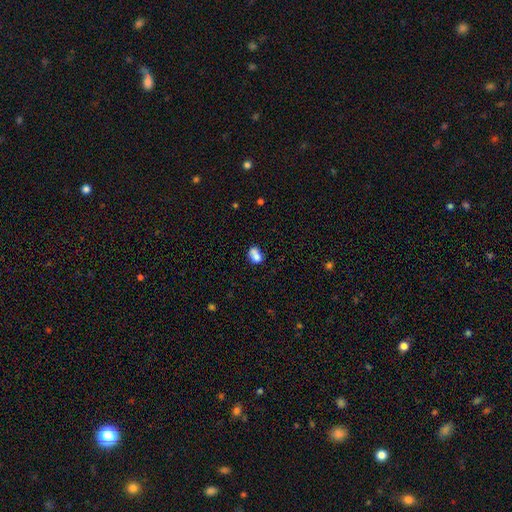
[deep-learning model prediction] A smooth galaxy with no disk features (72%) that is in between round and cigar-shaped (54%). Merging: merger (42%).